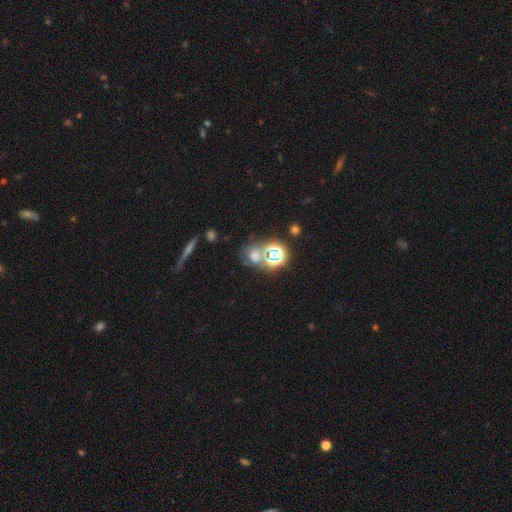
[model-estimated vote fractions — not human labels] Overall: smooth (45%; star or artifact 42%). Merging: none (54%; merger 24%).